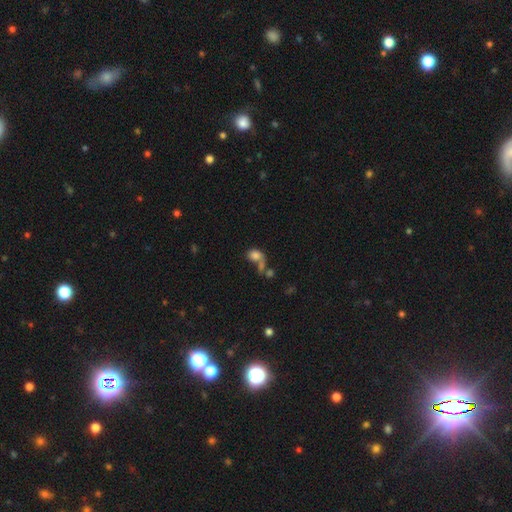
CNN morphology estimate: Q: Smooth or featured?
A: smooth (77%); runner-up: featured or disk (12%)
Q: How rounded?
A: in between (60%); runner-up: round (39%)
Q: Merging?
A: merger (43%); runner-up: none (31%)